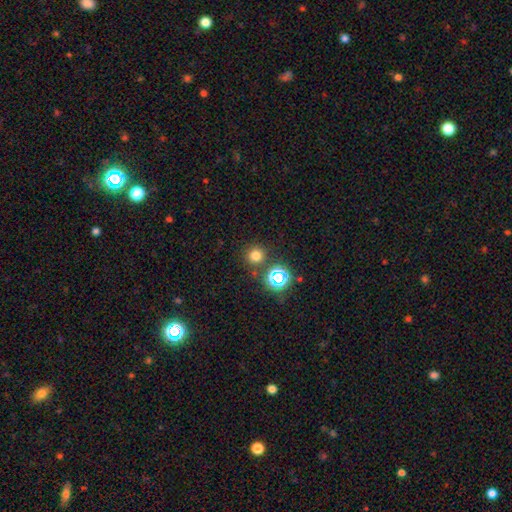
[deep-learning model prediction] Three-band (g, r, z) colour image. It shows a smooth galaxy with no disk features (71%) that is round (94%). Merging: none (83%).